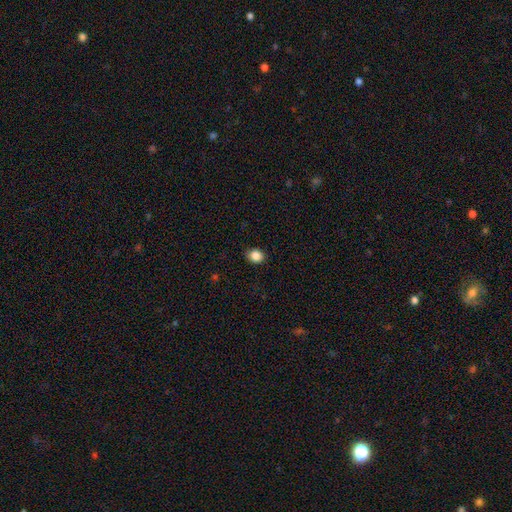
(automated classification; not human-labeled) Smooth or featured: smooth — 86% (star or artifact — 10%)
How rounded: round — 62% (in between — 37%)
Merging: none — 89% (minor disturbance — 8%)